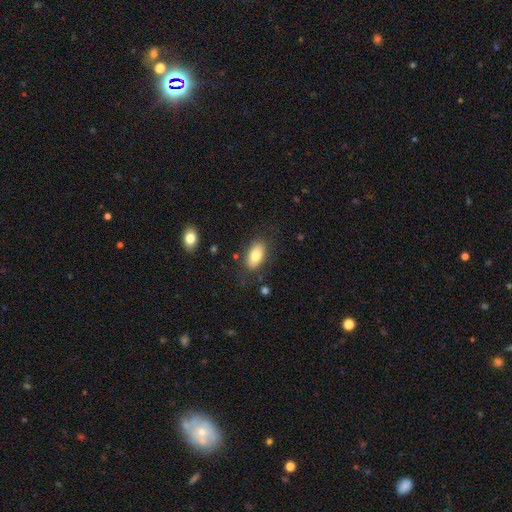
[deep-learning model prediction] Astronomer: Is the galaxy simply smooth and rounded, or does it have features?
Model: smooth — 78%.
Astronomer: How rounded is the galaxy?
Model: in between — 92%.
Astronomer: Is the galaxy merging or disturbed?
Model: none — 80%.